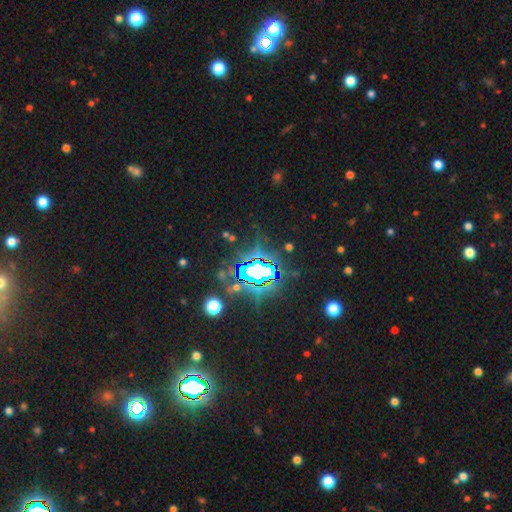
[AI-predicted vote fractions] This appears to be a star or artifact, not a galaxy (84%).